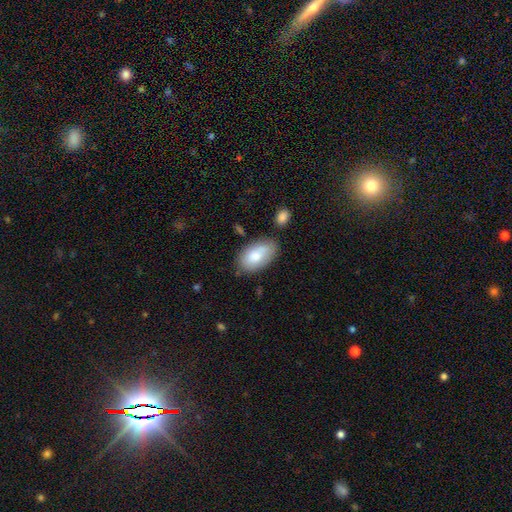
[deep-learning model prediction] Q: Smooth or featured?
A: smooth (78%); runner-up: featured or disk (15%)
Q: How rounded?
A: in between (94%); runner-up: round (4%)
Q: Merging?
A: none (66%); runner-up: minor disturbance (20%)